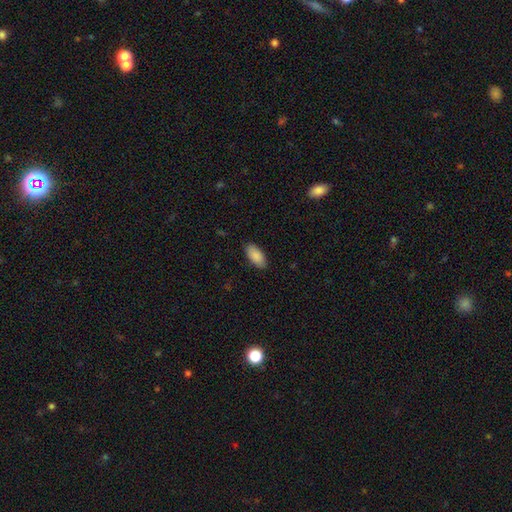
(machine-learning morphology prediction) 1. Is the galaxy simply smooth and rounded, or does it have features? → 90% smooth, 6% star or artifact, 4% featured or disk.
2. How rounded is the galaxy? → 93% in between, 6% cigar-shaped, 2% round.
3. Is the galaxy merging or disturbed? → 88% none, 9% minor disturbance, 2% major disturbance, 1% merger.